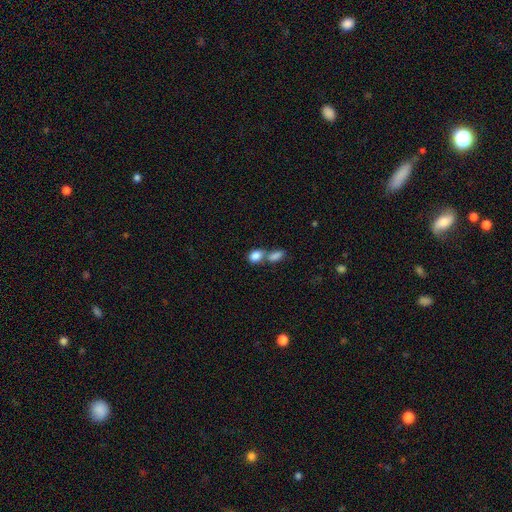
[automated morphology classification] Smooth or featured? smooth (85%)
How rounded? in between (70%)
Merging? merger (59%)